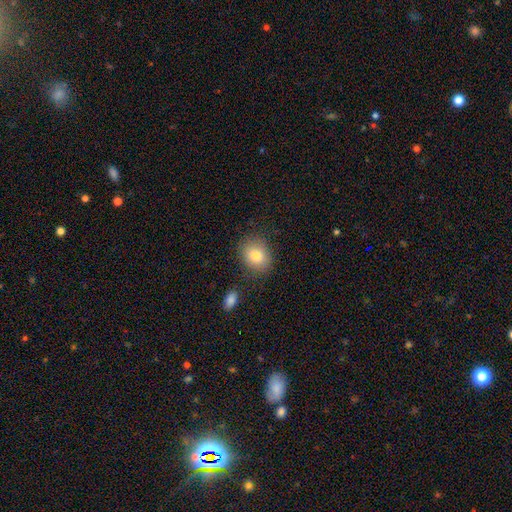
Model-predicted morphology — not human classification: type=smooth (81%); roundness=in between (50%); merging=none (80%).